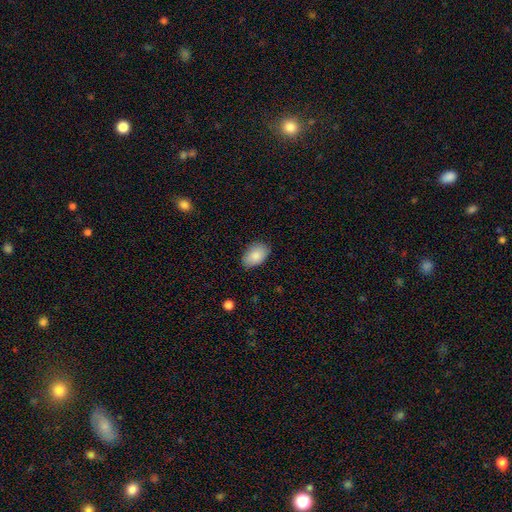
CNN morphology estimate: Smooth or featured? smooth (87%)
How rounded? in between (92%)
Merging? none (83%)